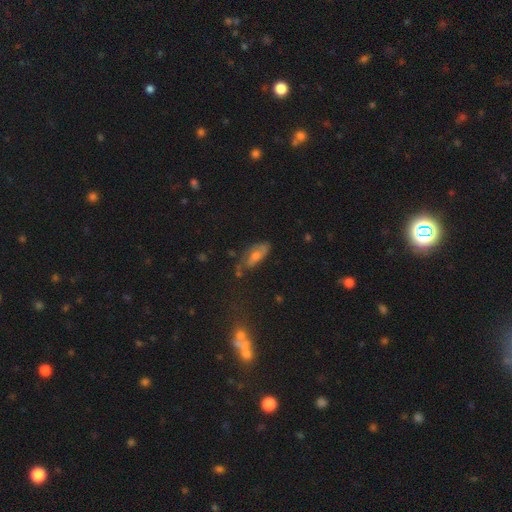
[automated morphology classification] smooth-or-featured: featured or disk: 48% | smooth: 41% | star or artifact: 11%
  merging: none: 56% | minor disturbance: 28% | major disturbance: 11% | merger: 4%